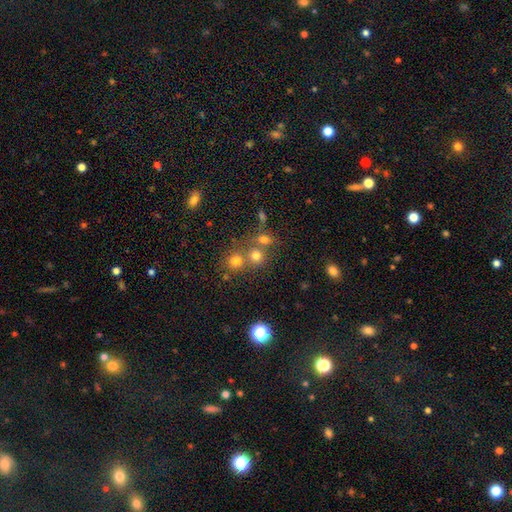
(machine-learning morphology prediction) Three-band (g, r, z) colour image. It shows a smooth galaxy with no disk features (65%) that is round (85%). Merging: none (53%).